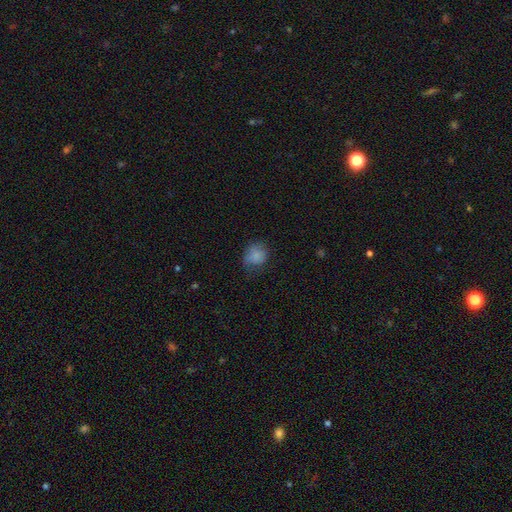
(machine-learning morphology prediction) Smooth or featured? smooth (82%)
How rounded? round (69%)
Merging? none (59%)